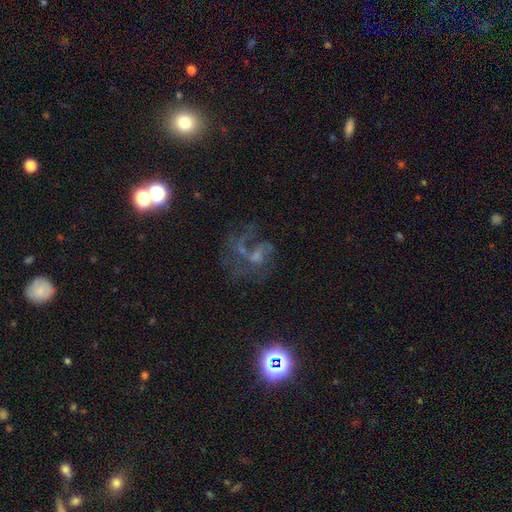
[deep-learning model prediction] smooth-or-featured: featured or disk: 63% | star or artifact: 21% | smooth: 16%
  disk-edge-on: no: 98% | yes: 2%
    bar: no: 68% | weak: 27% | strong: 6%
    has-spiral-arms: yes: 63% | no: 37%
    bulge-size: none: 34% | small: 32% | moderate: 28% | large: 4% | dominant: 2%
  merging: major disturbance: 41% | none: 34% | minor disturbance: 14% | merger: 12%